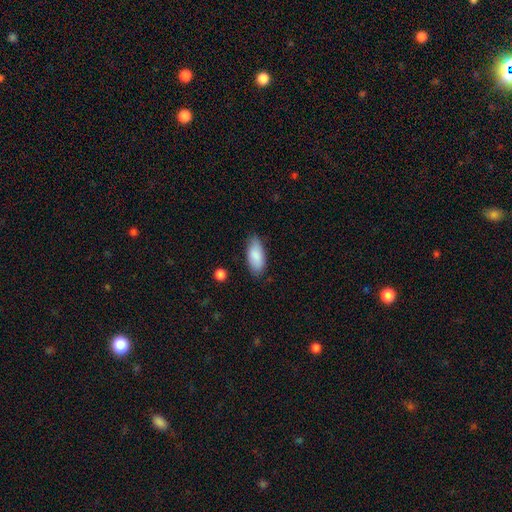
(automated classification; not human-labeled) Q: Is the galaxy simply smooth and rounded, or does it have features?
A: smooth — 87%.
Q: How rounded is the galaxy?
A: in between — 88%.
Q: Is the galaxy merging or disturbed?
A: none — 80%.